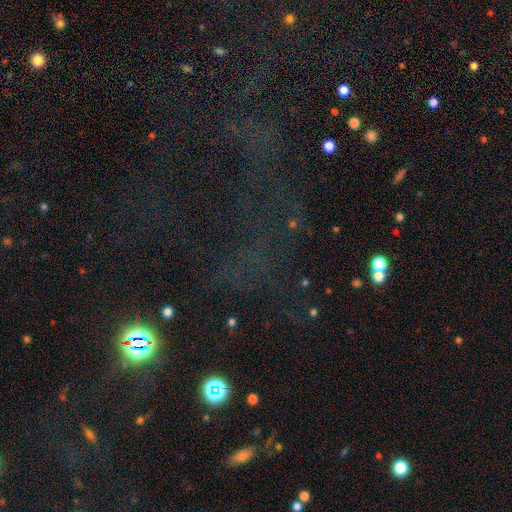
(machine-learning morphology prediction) Smooth or featured: star or artifact — 69% (smooth — 18%)